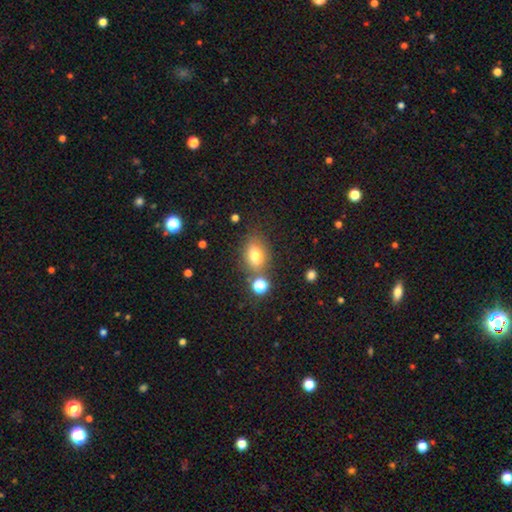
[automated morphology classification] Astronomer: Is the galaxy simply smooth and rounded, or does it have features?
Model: smooth — 76%.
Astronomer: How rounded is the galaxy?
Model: in between — 75%.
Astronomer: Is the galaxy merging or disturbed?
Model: none — 70%.